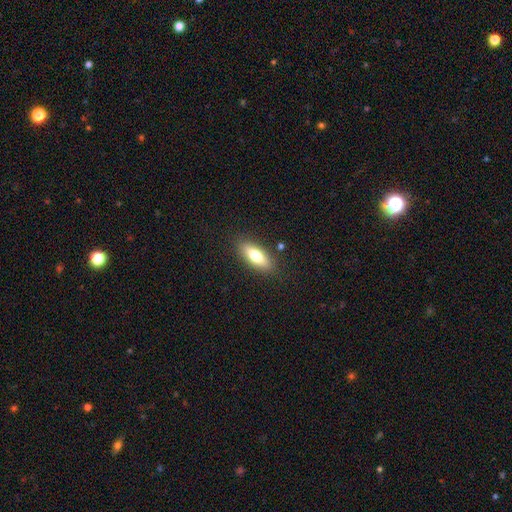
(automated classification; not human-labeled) Q: Smooth or featured?
A: smooth (71%); runner-up: featured or disk (22%)
Q: How rounded?
A: in between (66%); runner-up: cigar-shaped (32%)
Q: Merging?
A: none (85%); runner-up: minor disturbance (11%)